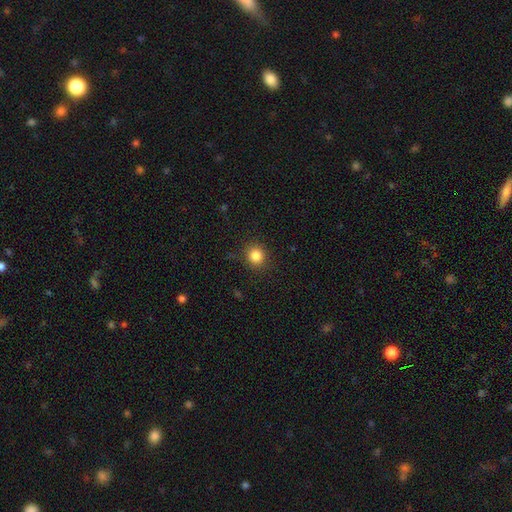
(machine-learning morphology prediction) smooth 84%, star or artifact 11%, featured or disk 4%. Down the decision tree: how rounded — round (89%); merging — none (89%).